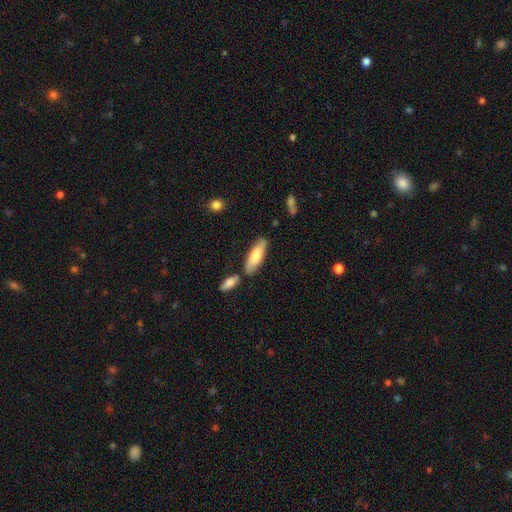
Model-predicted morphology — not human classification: A smooth galaxy with no disk features (75%) that is in between round and cigar-shaped (56%). Merging: none (75%).